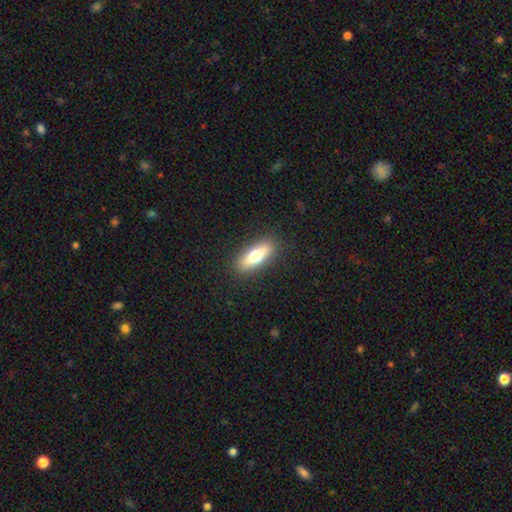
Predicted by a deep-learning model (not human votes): smooth_or_featured: smooth (p=0.67) [alt: featured or disk p=0.26]
how_rounded: in between (p=0.53) [alt: cigar-shaped p=0.44]
merging: none (p=0.89) [alt: minor disturbance p=0.08]